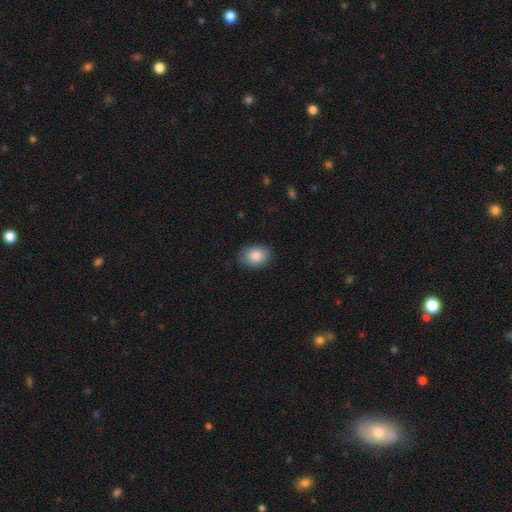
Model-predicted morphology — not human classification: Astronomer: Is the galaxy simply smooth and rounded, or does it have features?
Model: smooth — 88%.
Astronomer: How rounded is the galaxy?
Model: in between — 75%.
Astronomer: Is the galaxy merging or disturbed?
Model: none — 84%.